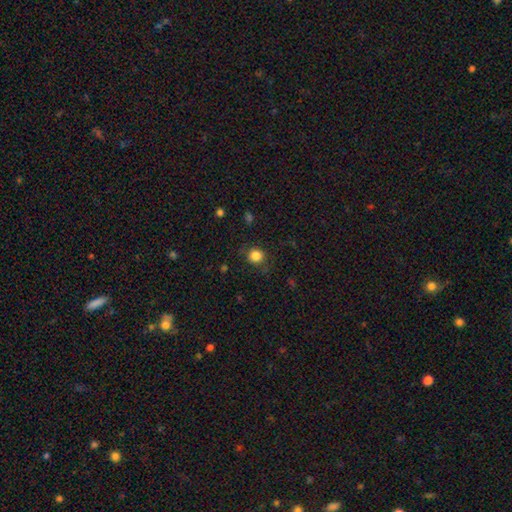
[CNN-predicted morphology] smooth_or_featured: smooth (p=0.84) [alt: star or artifact p=0.11]
how_rounded: round (p=0.86) [alt: in between p=0.13]
merging: none (p=0.80) [alt: minor disturbance p=0.14]